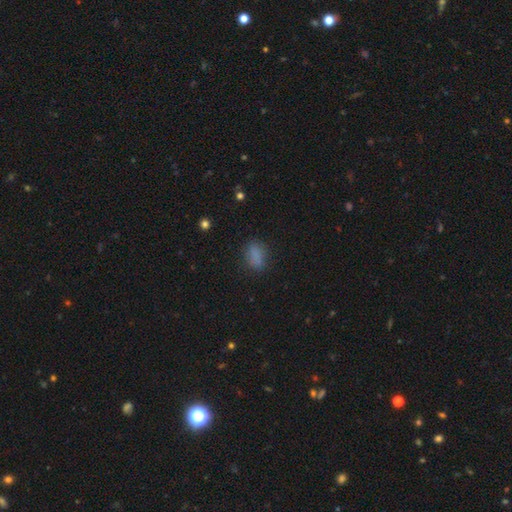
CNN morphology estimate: Smooth or featured?
  - smooth: 82% *
  - star or artifact: 13%
  - featured or disk: 6%
How rounded?
  - in between: 81% *
  - round: 15%
  - cigar-shaped: 4%
Merging?
  - none: 78% *
  - minor disturbance: 15%
  - major disturbance: 5%
  - merger: 2%